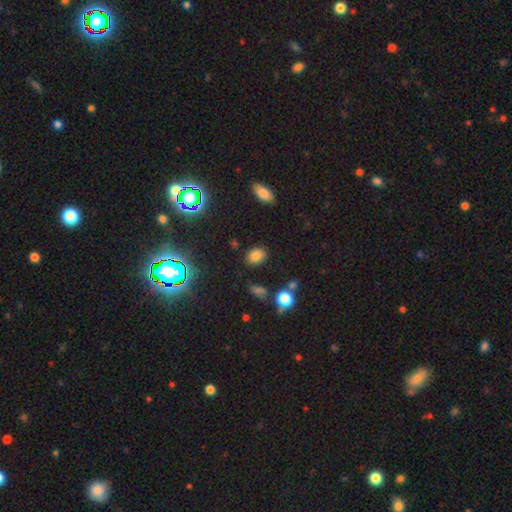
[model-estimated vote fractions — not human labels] Smooth or featured? smooth (78%)
How rounded? in between (68%)
Merging? none (83%)